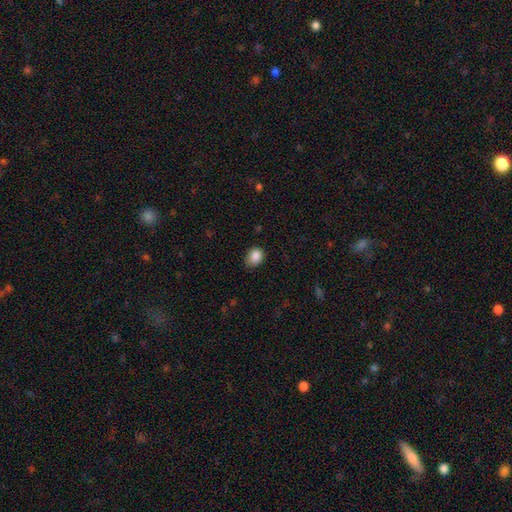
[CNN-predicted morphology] Smooth or featured?
  - smooth: 87% *
  - star or artifact: 9%
  - featured or disk: 4%
How rounded?
  - in between: 51% *
  - round: 48%
  - cigar-shaped: 1%
Merging?
  - none: 69% *
  - minor disturbance: 25%
  - major disturbance: 5%
  - merger: 1%